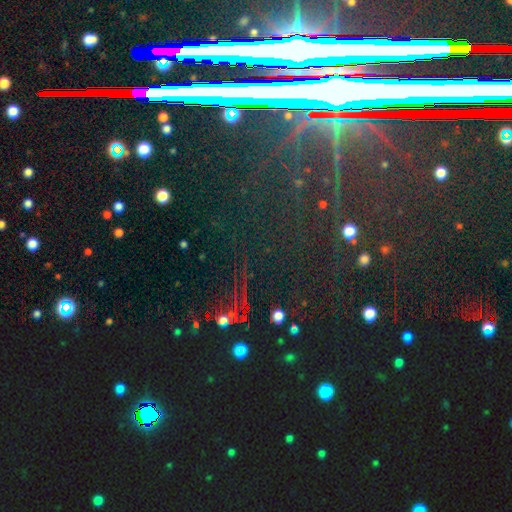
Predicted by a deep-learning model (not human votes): smooth_or_featured: star or artifact (p=0.80) [alt: featured or disk p=0.10]